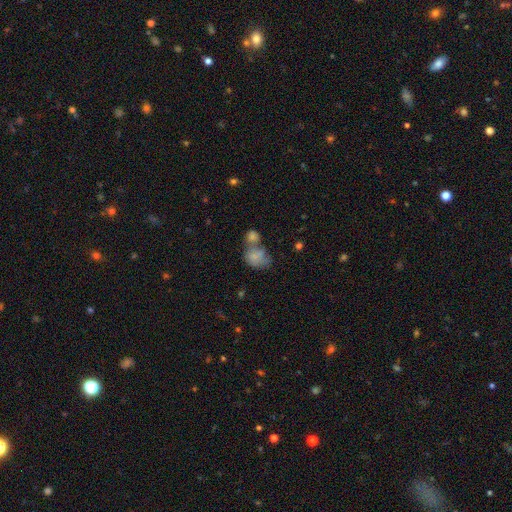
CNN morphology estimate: Q: Smooth or featured?
A: smooth (73%); runner-up: featured or disk (17%)
Q: How rounded?
A: in between (62%); runner-up: round (37%)
Q: Merging?
A: merger (56%); runner-up: none (21%)